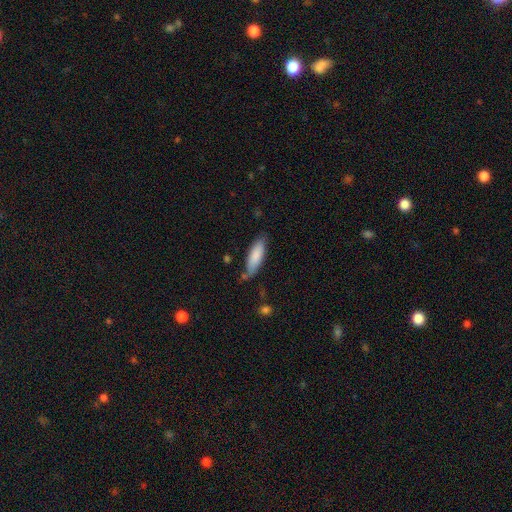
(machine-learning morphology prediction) The model was most divided on "how rounded": in between: 51%, cigar-shaped: 47%, round: 1%. More confident: smooth or featured — smooth (84%); merging — none (70%).